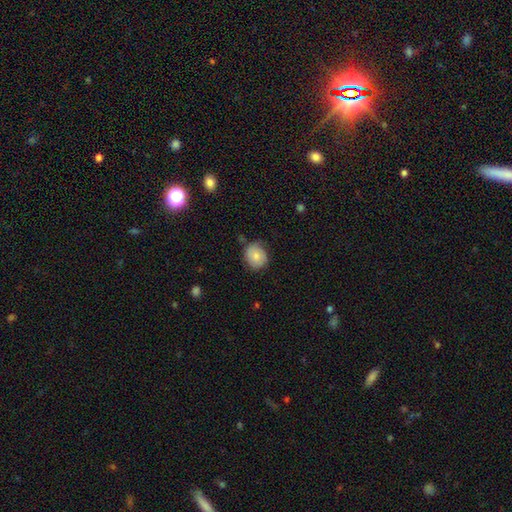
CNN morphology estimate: Smooth or featured?
  - smooth: 79% *
  - featured or disk: 13%
  - star or artifact: 8%
How rounded?
  - round: 71% *
  - in between: 28%
  - cigar-shaped: 1%
Merging?
  - none: 68% *
  - minor disturbance: 25%
  - major disturbance: 5%
  - merger: 2%